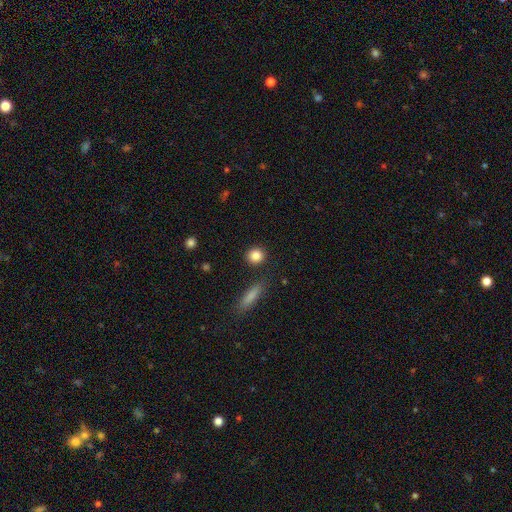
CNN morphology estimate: The model was most divided on "how rounded": round: 84%, in between: 14%, cigar-shaped: 3%. More confident: merging — none (88%); smooth or featured — smooth (85%).